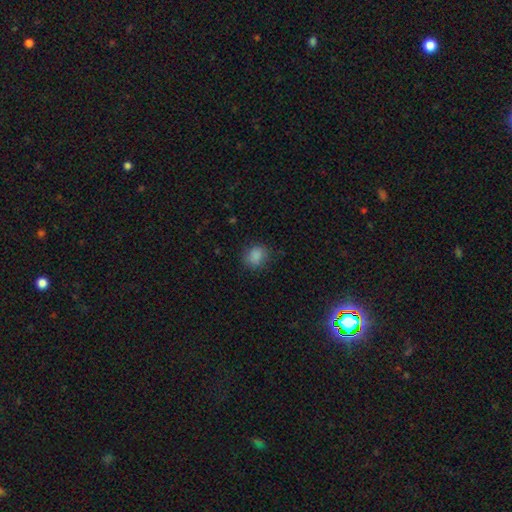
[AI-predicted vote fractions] Smooth or featured?
  - smooth: 86% *
  - star or artifact: 9%
  - featured or disk: 4%
How rounded?
  - round: 66% *
  - in between: 33%
  - cigar-shaped: 1%
Merging?
  - none: 80% *
  - minor disturbance: 15%
  - major disturbance: 4%
  - merger: 1%